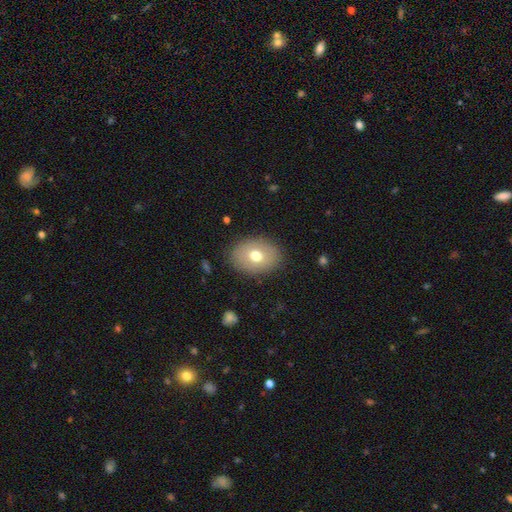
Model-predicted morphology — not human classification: smooth-or-featured: smooth: 68% | featured or disk: 23% | star or artifact: 8%
  how-rounded: in between: 69% | round: 30% | cigar-shaped: 1%
  merging: none: 86% | minor disturbance: 10% | major disturbance: 3% | merger: 1%